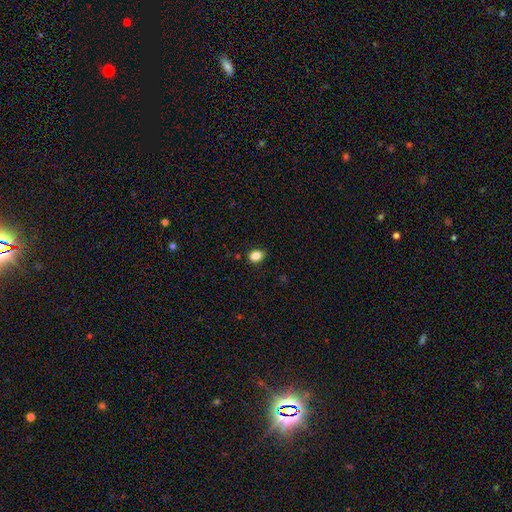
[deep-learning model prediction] smooth 86%, star or artifact 10%, featured or disk 4%. Down the decision tree: how rounded — in between (65%); merging — none (86%).